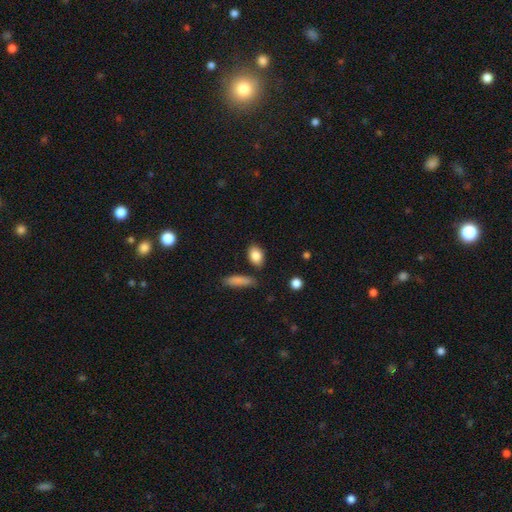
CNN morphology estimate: smooth-or-featured: smooth: 85% | featured or disk: 7% | star or artifact: 7%
  how-rounded: in between: 82% | round: 13% | cigar-shaped: 5%
  merging: none: 82% | minor disturbance: 11% | merger: 5% | major disturbance: 3%